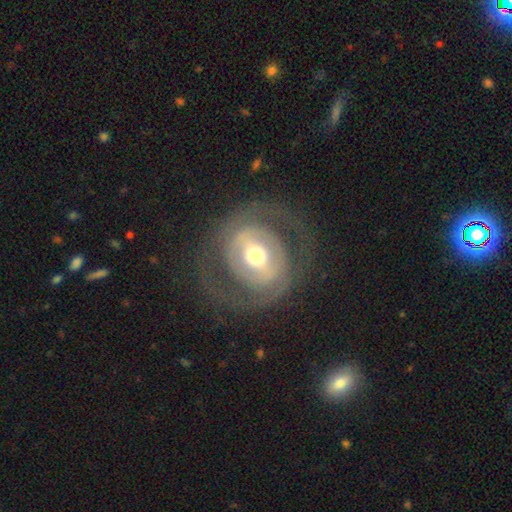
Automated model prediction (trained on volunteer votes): The model was most divided on "bar" (2-way tie): no: 35%, strong: 35%, weak: 31%. More confident: edge-on disk — no (95%); merging — none (74%); smooth or featured — featured or disk (70%); bulge size — moderate (66%); spiral arms — no (55%).